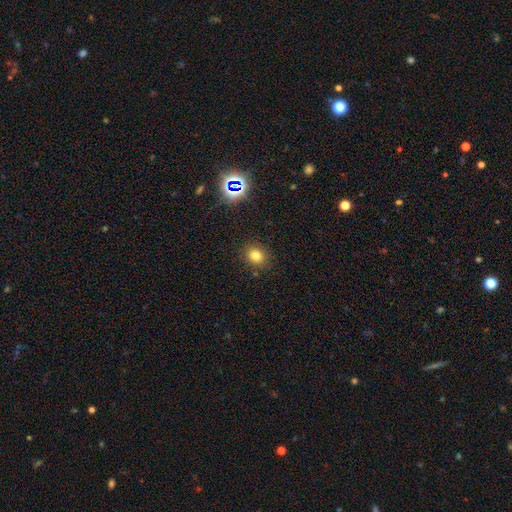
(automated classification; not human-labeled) This is likely a smooth galaxy (77%). How rounded: likely round (75%). Merging: clearly none (86%).